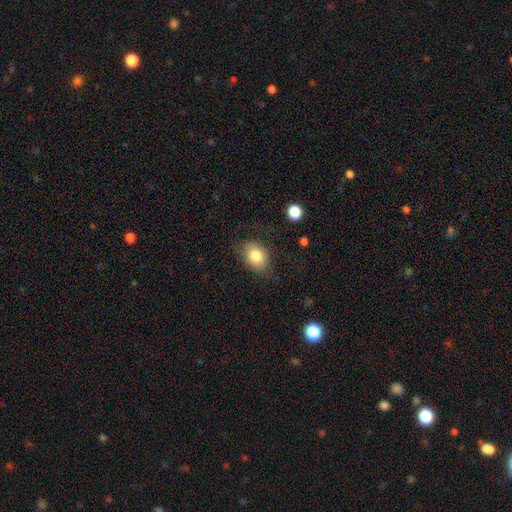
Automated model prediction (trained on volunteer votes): smooth_or_featured: smooth (p=0.82) [alt: featured or disk p=0.10]
how_rounded: in between (p=0.66) [alt: round p=0.33]
merging: none (p=0.71) [alt: minor disturbance p=0.20]